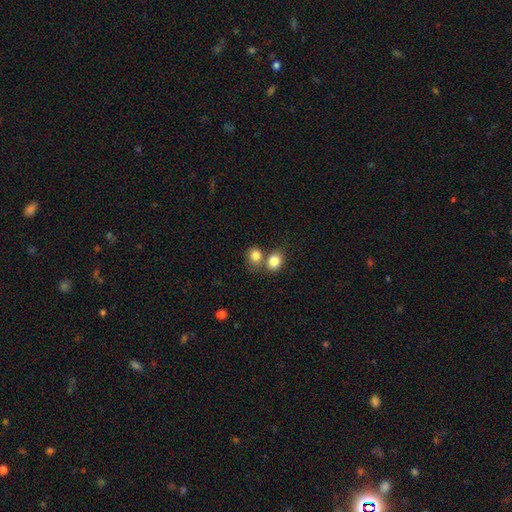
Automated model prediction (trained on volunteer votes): smooth 82%, star or artifact 10%, featured or disk 8%. Down the decision tree: how rounded — round (61%); merging — none (46%).